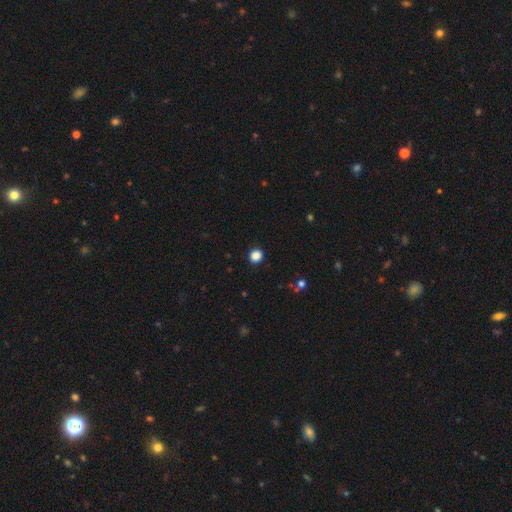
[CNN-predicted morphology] The model was most divided on "smooth or featured": smooth: 86%, star or artifact: 11%, featured or disk: 3%. More confident: merging — none (92%); how rounded — round (90%).